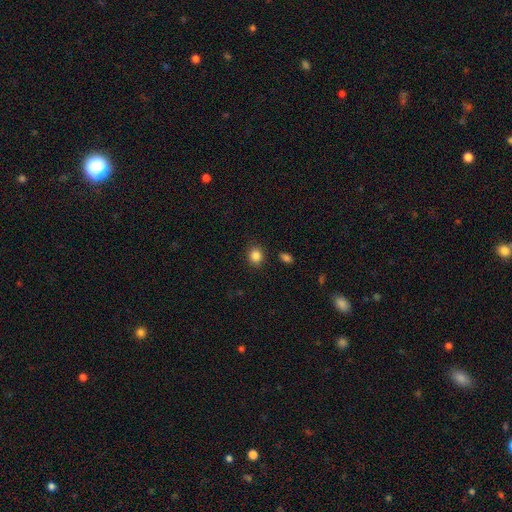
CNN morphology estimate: This is clearly a smooth galaxy (86%). How rounded: likely round (71%). Merging: clearly none (87%).